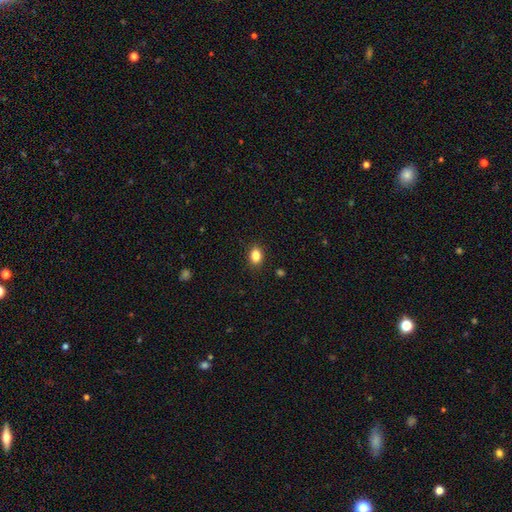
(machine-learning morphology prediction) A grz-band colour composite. It shows a smooth galaxy with no disk features (85%) that is in between round and cigar-shaped (69%). Merging: none (89%).